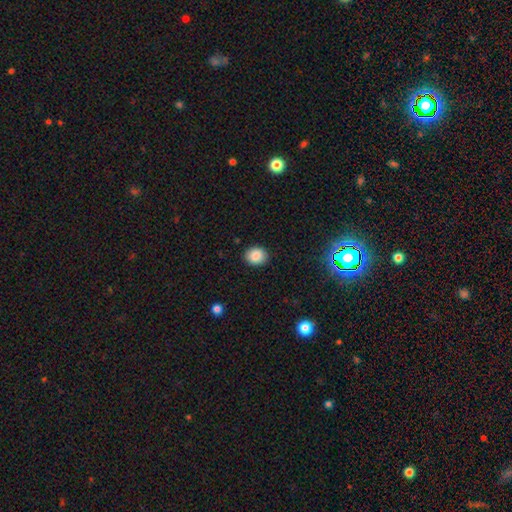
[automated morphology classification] A smooth galaxy with no disk features (86%) that is round (58%). Merging: none (89%).